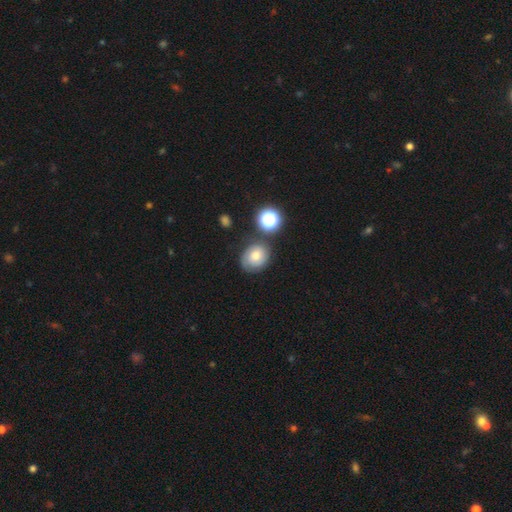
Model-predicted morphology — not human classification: The model was most divided on "smooth or featured": smooth: 53%, featured or disk: 32%, star or artifact: 15%. More confident: merging — none (68%); how rounded — round (64%).